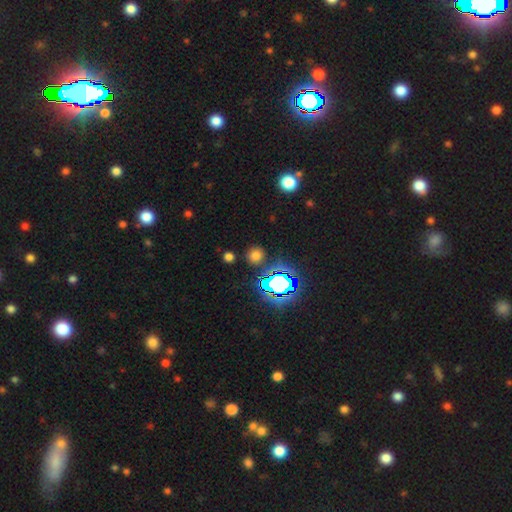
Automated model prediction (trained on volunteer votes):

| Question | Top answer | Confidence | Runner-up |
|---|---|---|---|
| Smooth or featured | smooth | 61% | star or artifact (32%) |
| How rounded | round | 87% | in between (12%) |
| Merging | none | 85% | minor disturbance (8%) |